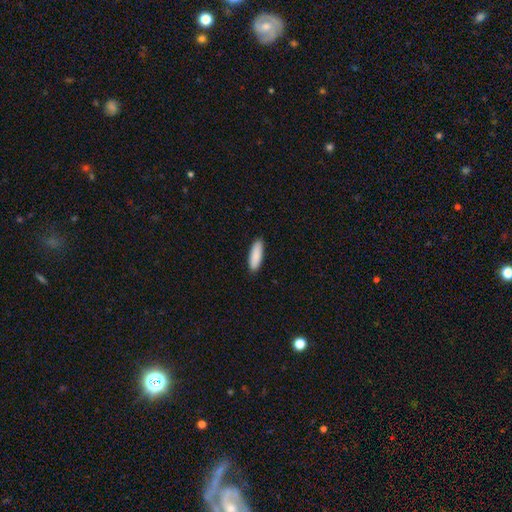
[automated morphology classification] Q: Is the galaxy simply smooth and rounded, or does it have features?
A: smooth — 90%.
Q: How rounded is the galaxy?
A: in between — 53%.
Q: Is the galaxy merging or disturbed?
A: none — 90%.